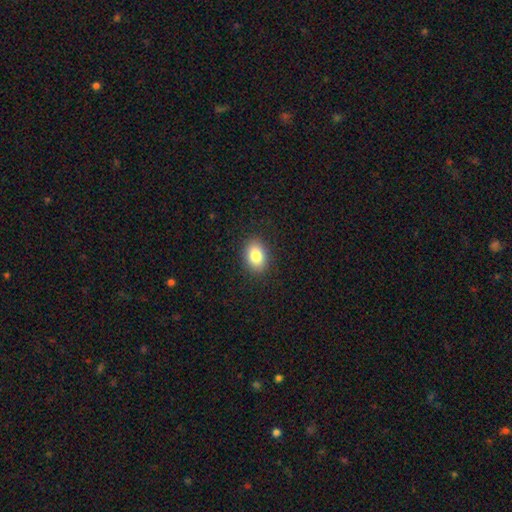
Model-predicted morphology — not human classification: type=smooth (83%); roundness=in between (77%); merging=none (89%).